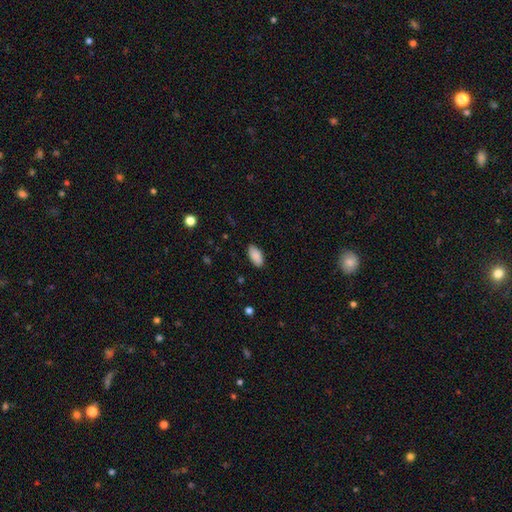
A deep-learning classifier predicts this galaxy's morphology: Smooth or featured?
  - smooth: 89% *
  - star or artifact: 7%
  - featured or disk: 4%
How rounded?
  - in between: 94% *
  - cigar-shaped: 4%
  - round: 2%
Merging?
  - none: 87% *
  - minor disturbance: 10%
  - major disturbance: 2%
  - merger: 1%